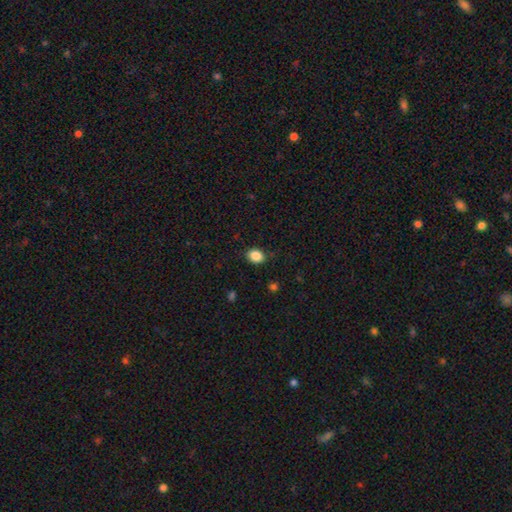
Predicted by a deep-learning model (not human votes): Smooth or featured? Predicted: smooth (p=0.86). How rounded? Predicted: in between (p=0.60). Merging? Predicted: none (p=0.85).